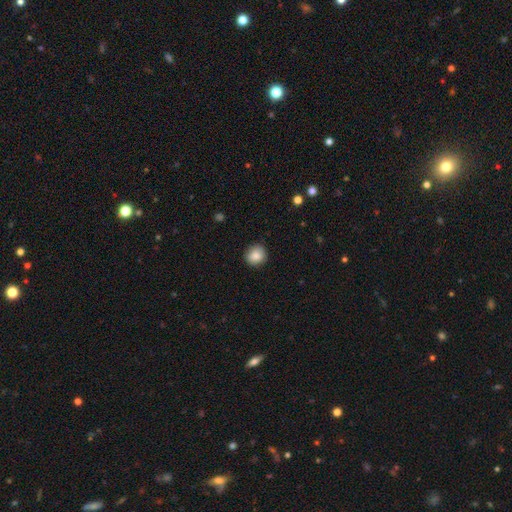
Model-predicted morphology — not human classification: A smooth galaxy with no disk features (86%) that is round (87%).

Vote fractions:
- Smooth or featured? smooth: 86% / star or artifact: 8% / featured or disk: 5%
- How rounded? round: 87% / in between: 13% / cigar-shaped: 1%
- Merging? none: 89% / minor disturbance: 8% / major disturbance: 2% / merger: 1%